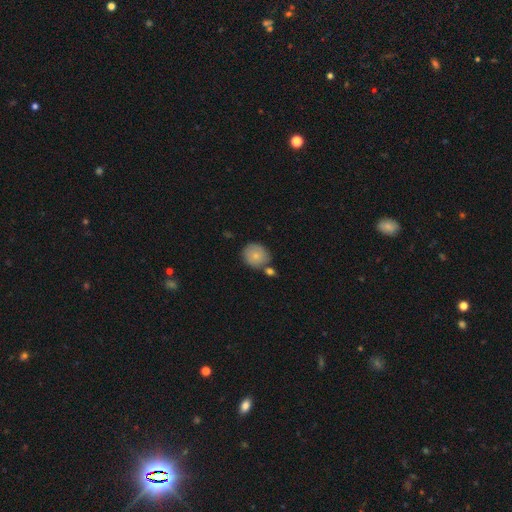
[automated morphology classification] This appears to be a smooth galaxy with no disk features (80%) that is round (84%). Merging: none (66%).